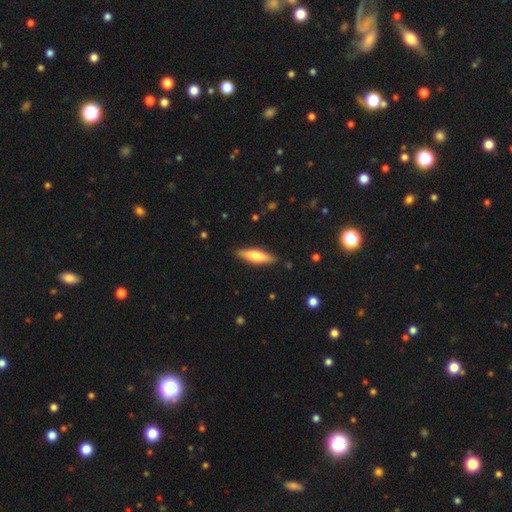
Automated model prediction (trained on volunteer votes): Morphology: type=smooth (59%); roundness=cigar-shaped (68%); merging=none (87%).